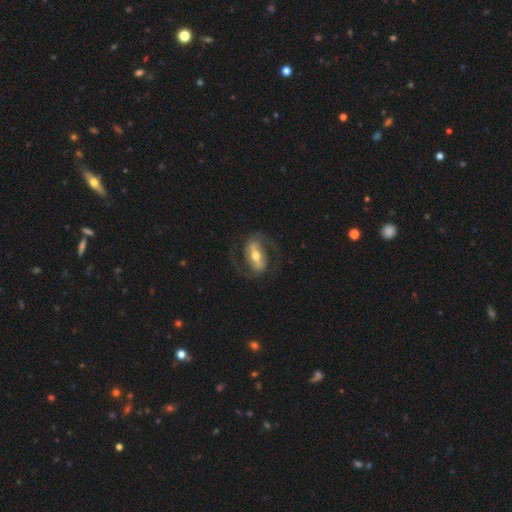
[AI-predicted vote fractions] smooth-or-featured: featured or disk: 80% | smooth: 15% | star or artifact: 5%
  disk-edge-on: no: 94% | yes: 6%
    bar: strong: 61% | weak: 26% | no: 13%
    has-spiral-arms: yes: 87% | no: 13%
      spiral-winding: medium: 51% | loose: 30% | tight: 19%
      spiral-arm-count: 2: 90% | can't tell: 4% | 1: 3% | 3: 1% | 4: 1% | more than 4: 1%
    bulge-size: moderate: 69% | small: 20% | large: 9% | dominant: 1% | none: 1%
  merging: none: 74% | minor disturbance: 13% | major disturbance: 12% | merger: 1%